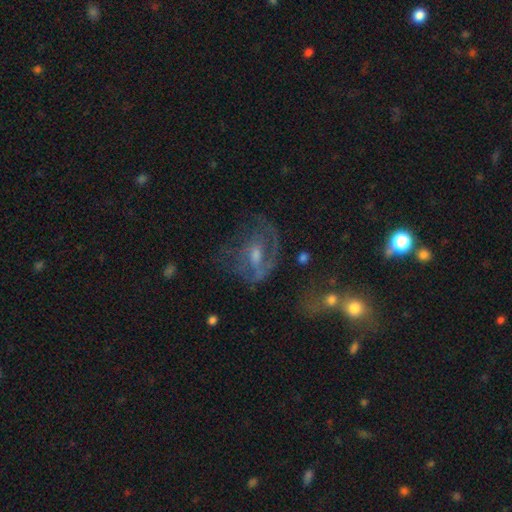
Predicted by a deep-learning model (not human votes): Morphology: type=featured or disk (67%); edge-on=no (96%); bar=weak (45%); spiral arms=yes (73%); bulge=moderate (48%); merging=none (50%).